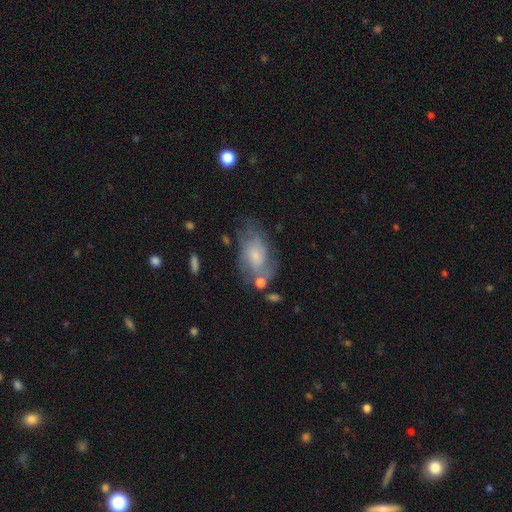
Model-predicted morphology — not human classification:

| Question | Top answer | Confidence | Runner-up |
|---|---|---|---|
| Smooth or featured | featured or disk | 50% | smooth (41%) |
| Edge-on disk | no | 94% | yes (6%) |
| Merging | none | 54% | minor disturbance (25%) |